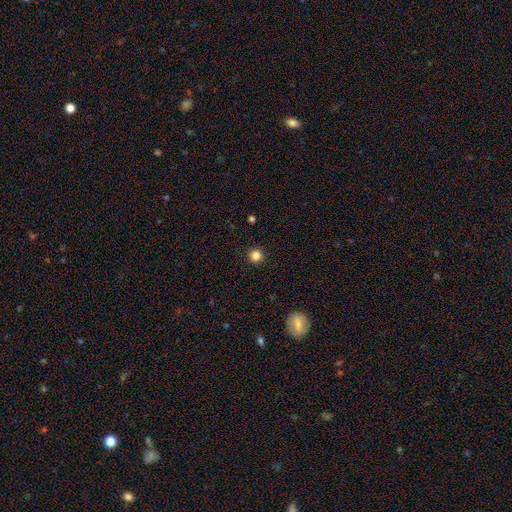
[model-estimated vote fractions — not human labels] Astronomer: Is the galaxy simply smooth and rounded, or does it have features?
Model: smooth — 83%.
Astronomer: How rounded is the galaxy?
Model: round — 96%.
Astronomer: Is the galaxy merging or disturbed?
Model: none — 93%.